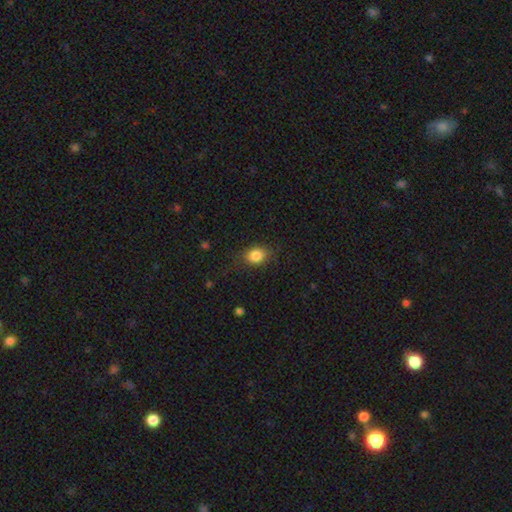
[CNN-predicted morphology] A smooth galaxy with no disk features (84%) that is in between round and cigar-shaped (56%).

Vote fractions:
- Smooth or featured? smooth: 84% / star or artifact: 10% / featured or disk: 6%
- How rounded? in between: 56% / round: 43% / cigar-shaped: 1%
- Merging? none: 77% / minor disturbance: 17% / major disturbance: 6% / merger: 1%